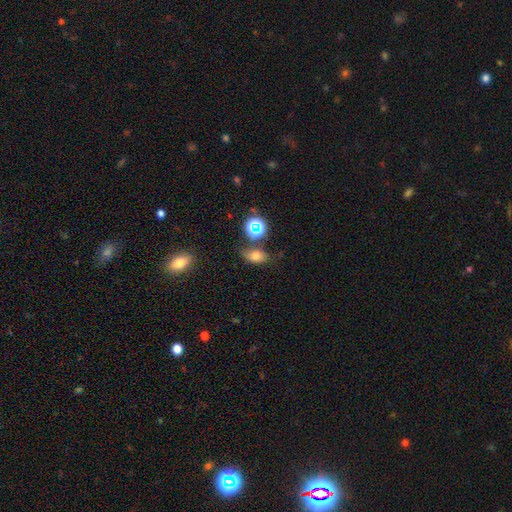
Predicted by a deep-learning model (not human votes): Morphology: type=smooth (68%); roundness=in between (78%); merging=none (65%).